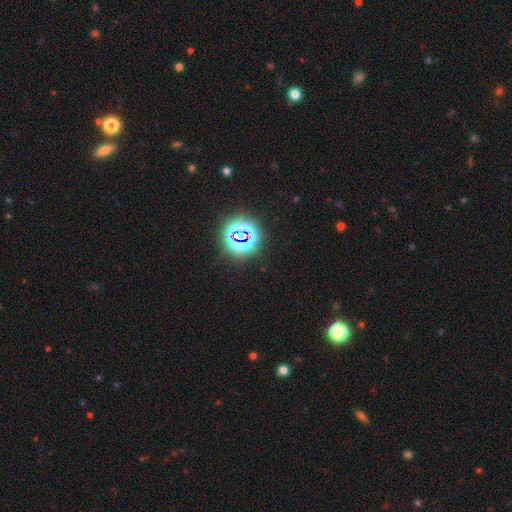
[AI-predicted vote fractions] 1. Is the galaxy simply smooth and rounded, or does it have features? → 76% star or artifact, 17% smooth, 7% featured or disk.